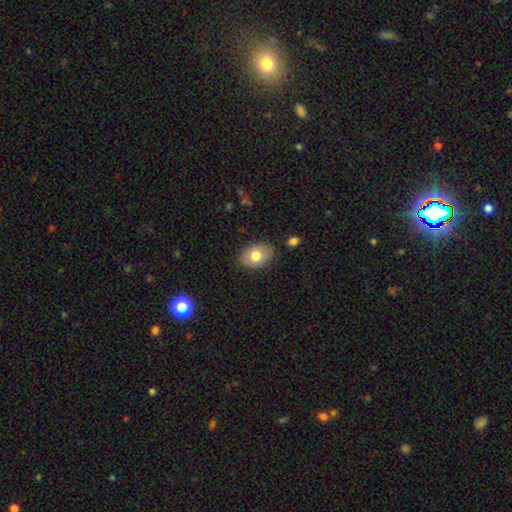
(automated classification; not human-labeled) A smooth galaxy with no disk features (77%) that is in between round and cigar-shaped (78%).

Vote fractions:
- Smooth or featured? smooth: 77% / featured or disk: 16% / star or artifact: 7%
- How rounded? in between: 78% / round: 21% / cigar-shaped: 1%
- Merging? none: 85% / minor disturbance: 10% / major disturbance: 2% / merger: 2%